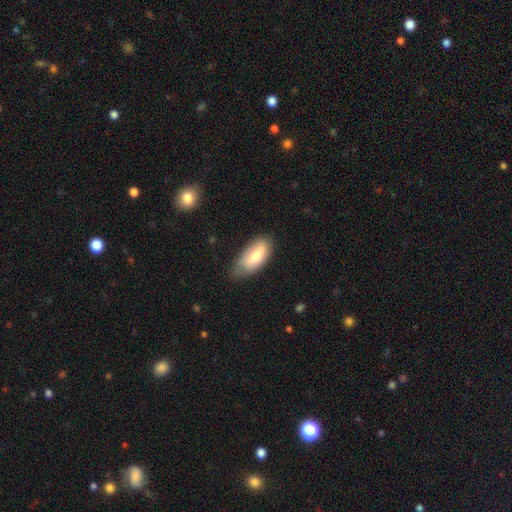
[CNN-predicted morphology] Smooth or featured? smooth (68%)
How rounded? in between (88%)
Merging? none (66%)